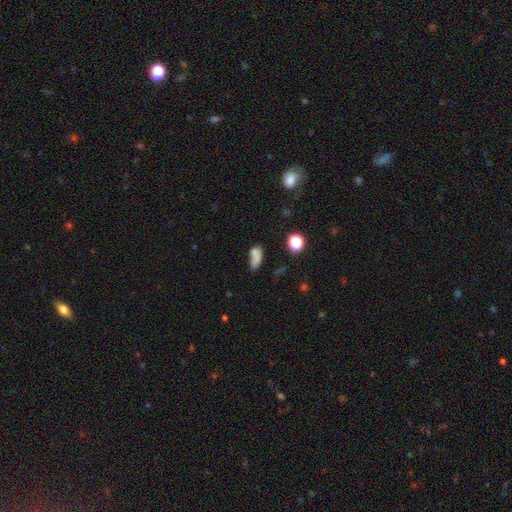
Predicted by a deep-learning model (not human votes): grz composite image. It shows a smooth galaxy with no disk features (72%) that is in between round and cigar-shaped (75%). Merging: none (41%).